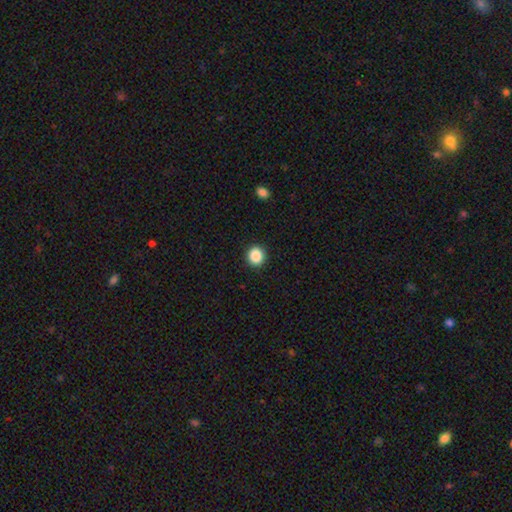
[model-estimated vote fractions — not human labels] This is clearly a smooth galaxy (88%). How rounded: clearly round (87%). Merging: clearly none (91%).